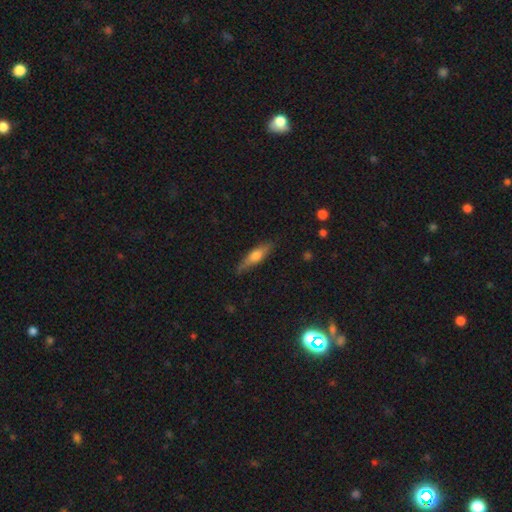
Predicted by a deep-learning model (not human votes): Morphology: type=smooth (51%); roundness=cigar-shaped (71%); merging=none (83%).